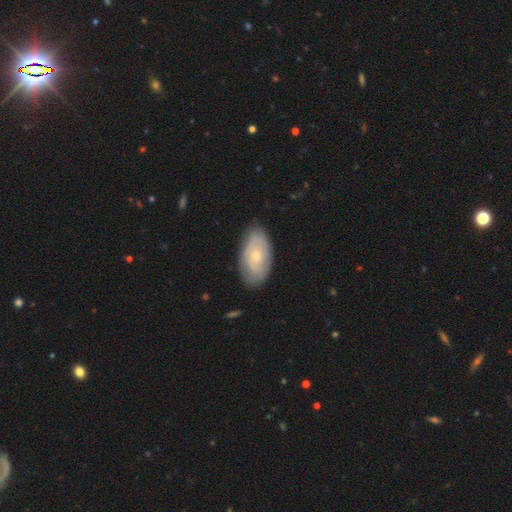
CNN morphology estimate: Q: Smooth or featured?
A: featured or disk (55%); runner-up: smooth (39%)
Q: Edge-on disk?
A: no (93%); runner-up: yes (7%)
Q: Bar?
A: no (82%); runner-up: weak (15%)
Q: Spiral arms?
A: yes (64%); runner-up: no (36%)
Q: Bulge size?
A: small (69%); runner-up: moderate (28%)
Q: Merging?
A: none (79%); runner-up: minor disturbance (17%)